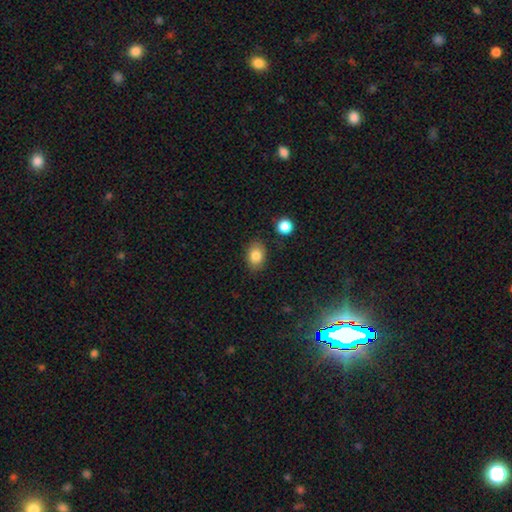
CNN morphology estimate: type=smooth (83%); roundness=in between (77%); merging=none (83%).